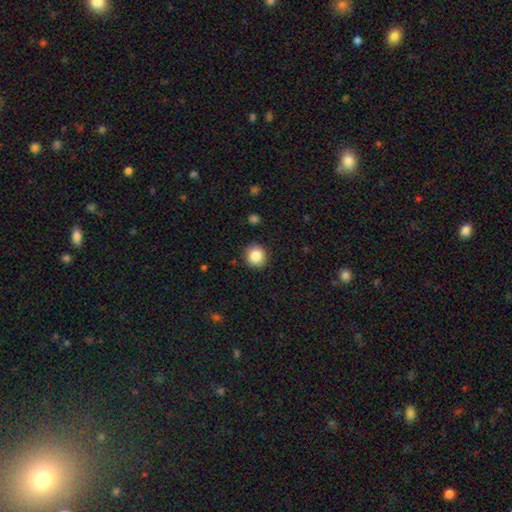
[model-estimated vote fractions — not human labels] Overall: smooth (86%). How rounded: round (90%). Merging: none (90%).